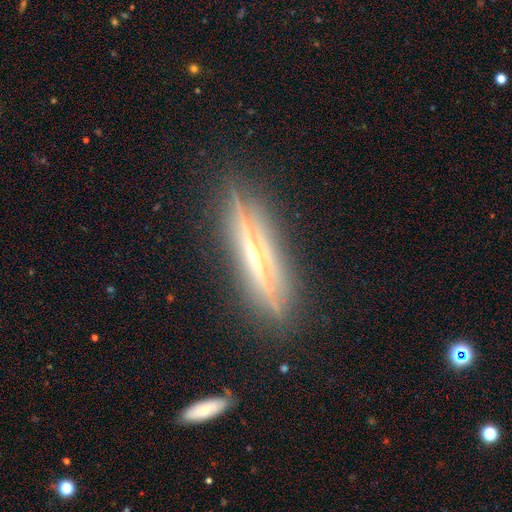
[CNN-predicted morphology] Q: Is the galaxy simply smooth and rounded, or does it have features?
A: featured or disk — 78%.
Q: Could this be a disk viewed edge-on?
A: yes — 94%.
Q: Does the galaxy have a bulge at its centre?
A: rounded — 62%.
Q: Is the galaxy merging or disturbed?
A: none — 83%.